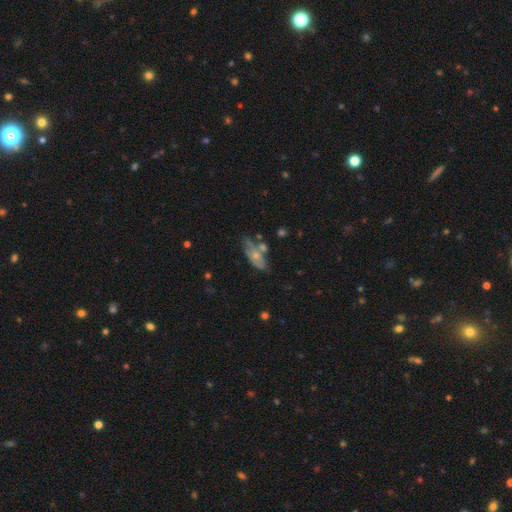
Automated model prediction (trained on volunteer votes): Smooth or featured?
  - smooth: 50% *
  - featured or disk: 42%
  - star or artifact: 8%
How rounded?
  - in between: 77% *
  - cigar-shaped: 19%
  - round: 5%
Merging?
  - none: 40% *
  - minor disturbance: 27%
  - merger: 20%
  - major disturbance: 13%